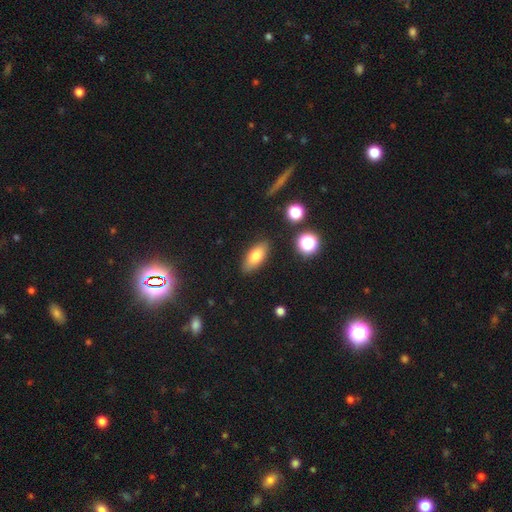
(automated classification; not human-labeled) Smooth or featured: smooth — 78% (featured or disk — 13%)
How rounded: in between — 81% (cigar-shaped — 14%)
Merging: none — 86% (minor disturbance — 10%)